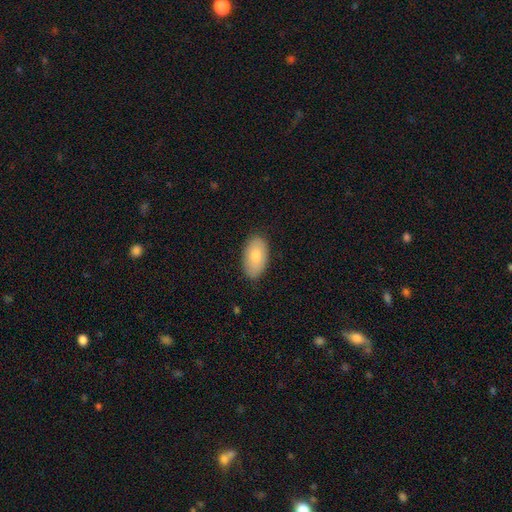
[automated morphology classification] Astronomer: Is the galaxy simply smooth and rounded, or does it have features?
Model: smooth — 79%.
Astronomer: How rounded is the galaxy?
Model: in between — 94%.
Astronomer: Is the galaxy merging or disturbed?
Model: none — 85%.